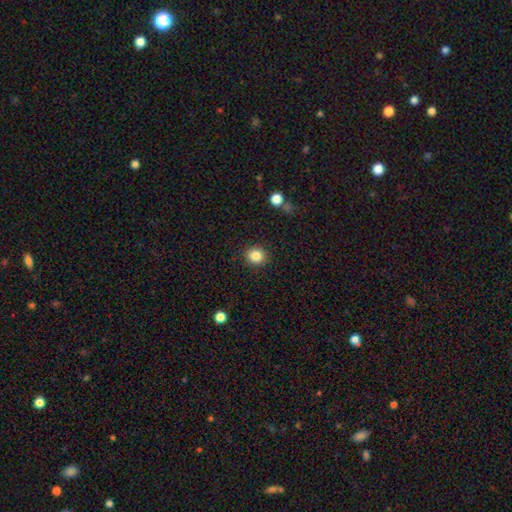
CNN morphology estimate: Smooth or featured: smooth — 84% (star or artifact — 10%)
How rounded: round — 89% (in between — 10%)
Merging: none — 91% (minor disturbance — 6%)